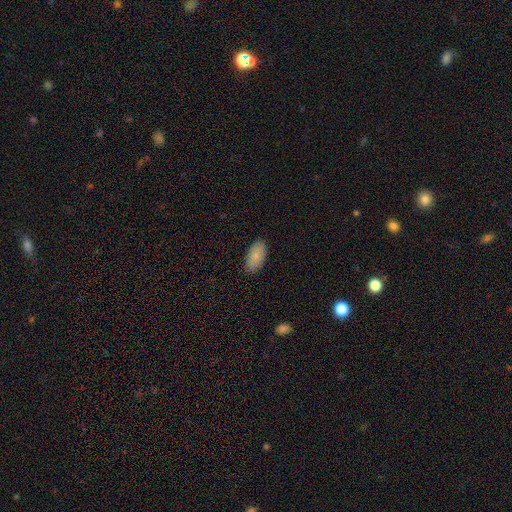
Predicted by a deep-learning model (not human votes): A smooth galaxy with no disk features (85%) that is in between round and cigar-shaped (94%).

Vote fractions:
- Smooth or featured? smooth: 85% / featured or disk: 9% / star or artifact: 6%
- How rounded? in between: 94% / cigar-shaped: 4% / round: 2%
- Merging? none: 87% / minor disturbance: 10% / major disturbance: 2% / merger: 1%